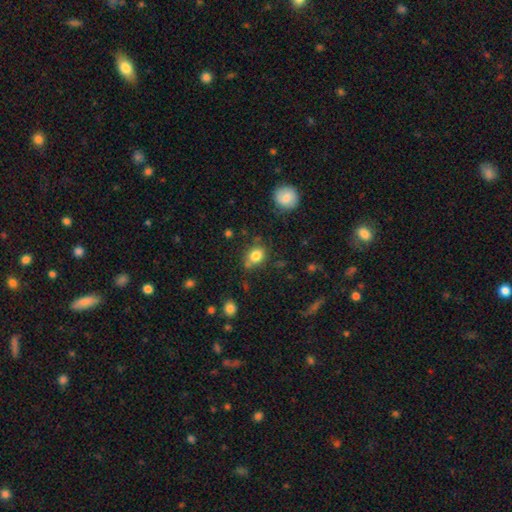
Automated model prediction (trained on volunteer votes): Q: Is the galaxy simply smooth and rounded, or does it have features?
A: smooth — 81%.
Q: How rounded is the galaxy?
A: in between — 52%.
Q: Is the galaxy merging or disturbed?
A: none — 69%.